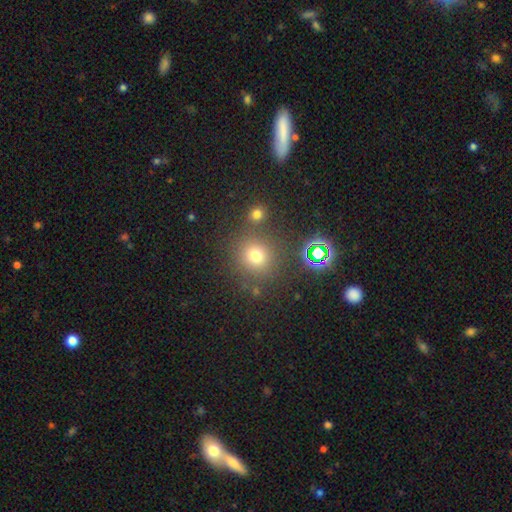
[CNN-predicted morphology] Smooth or featured?
  - smooth: 69% *
  - star or artifact: 23%
  - featured or disk: 8%
How rounded?
  - round: 90% *
  - in between: 9%
  - cigar-shaped: 1%
Merging?
  - none: 79% *
  - minor disturbance: 9%
  - merger: 8%
  - major disturbance: 4%